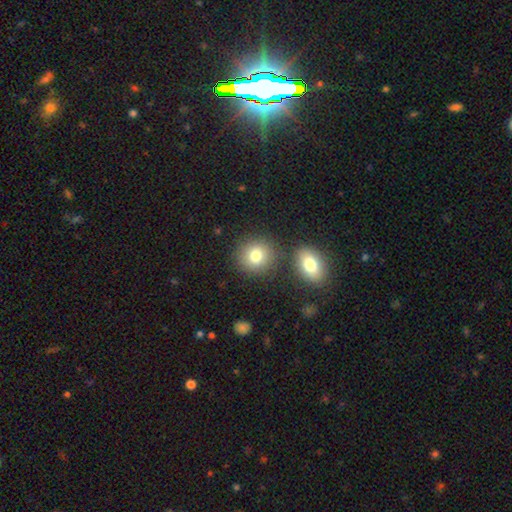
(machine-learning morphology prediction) smooth-or-featured: smooth: 79% | star or artifact: 11% | featured or disk: 10%
  how-rounded: round: 86% | in between: 13% | cigar-shaped: 1%
  merging: none: 78% | merger: 11% | minor disturbance: 8% | major disturbance: 3%